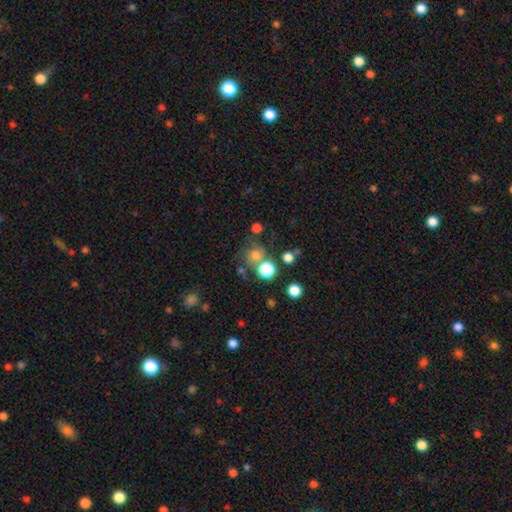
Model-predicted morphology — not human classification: Overall: smooth (68%). How rounded: round (85%). Merging: none (61%).